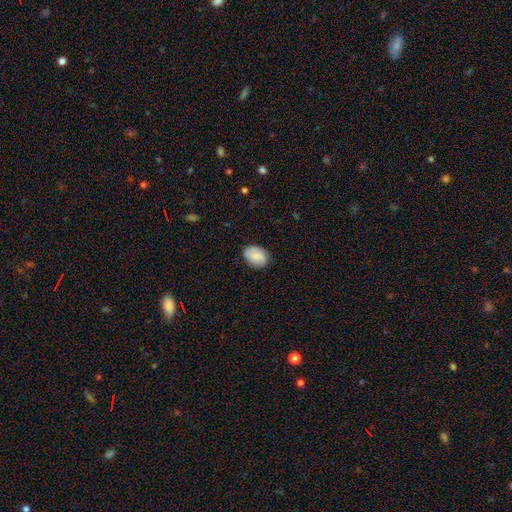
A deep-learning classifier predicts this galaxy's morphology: Smooth or featured: smooth — 75% (featured or disk — 17%)
How rounded: in between — 74% (round — 25%)
Merging: none — 82% (minor disturbance — 14%)